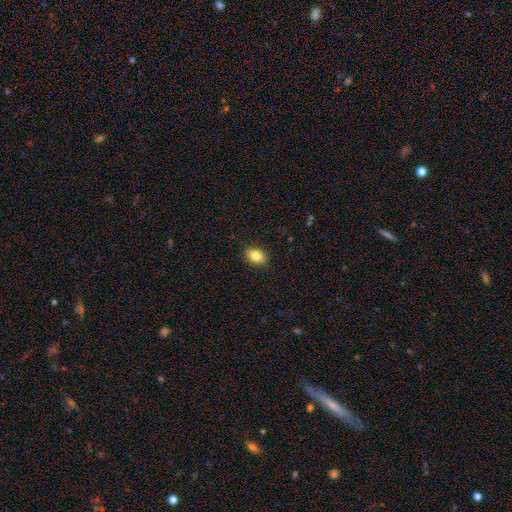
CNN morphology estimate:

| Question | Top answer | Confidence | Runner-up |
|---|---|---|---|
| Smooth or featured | smooth | 83% | featured or disk (9%) |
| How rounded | in between | 82% | round (17%) |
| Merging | none | 89% | minor disturbance (8%) |